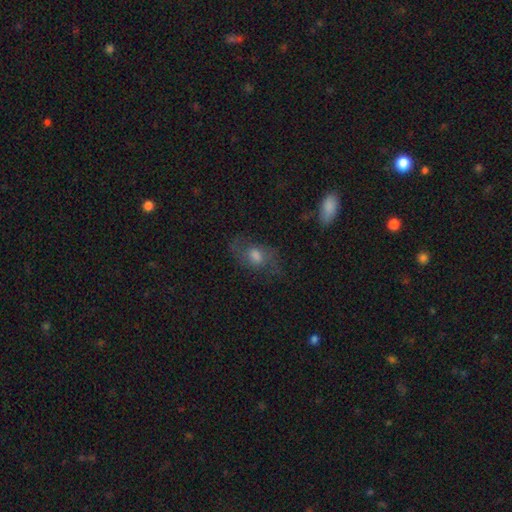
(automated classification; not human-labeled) The model was most divided on "smooth or featured": featured or disk: 48%, smooth: 38%, star or artifact: 14%. More confident: merging — none (65%).